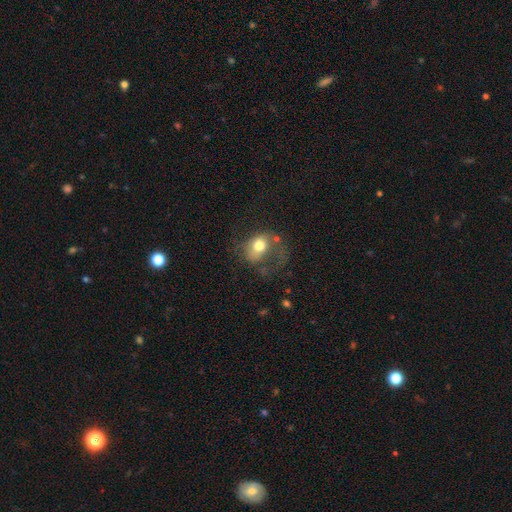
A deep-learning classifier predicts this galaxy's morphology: Overall: featured or disk (47%; smooth 37%). Merging: major disturbance (43%; none 35%).